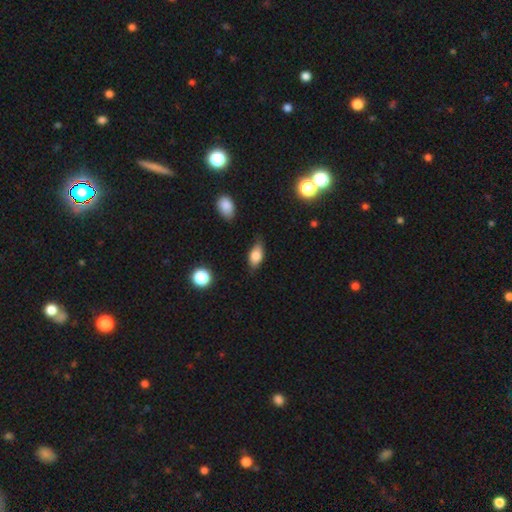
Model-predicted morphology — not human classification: type=smooth (78%); roundness=in between (87%); merging=none (75%).